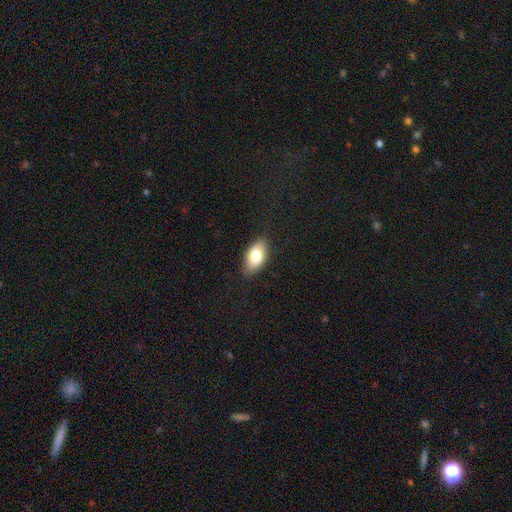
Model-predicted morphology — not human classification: type=smooth (79%); roundness=in between (92%); merging=none (84%).